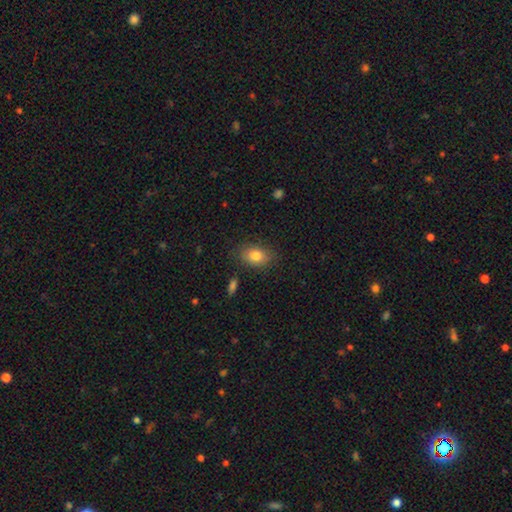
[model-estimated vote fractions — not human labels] Overall: smooth (81%). How rounded: in between (79%). Merging: none (81%).